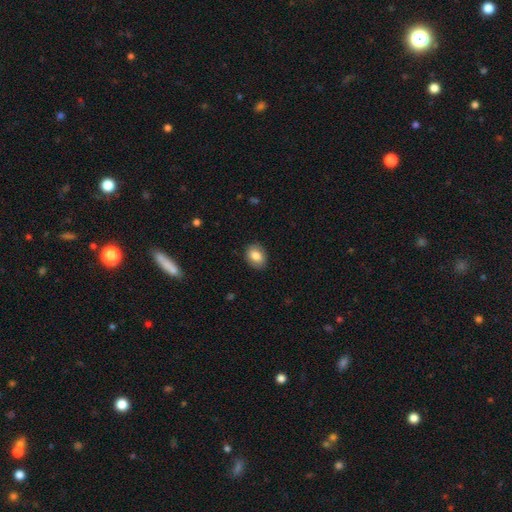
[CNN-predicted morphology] A smooth galaxy with no disk features (83%) that is in between round and cigar-shaped (67%).

Vote fractions:
- Smooth or featured? smooth: 83% / featured or disk: 10% / star or artifact: 7%
- How rounded? in between: 67% / round: 32% / cigar-shaped: 1%
- Merging? none: 86% / minor disturbance: 10% / major disturbance: 3% / merger: 1%